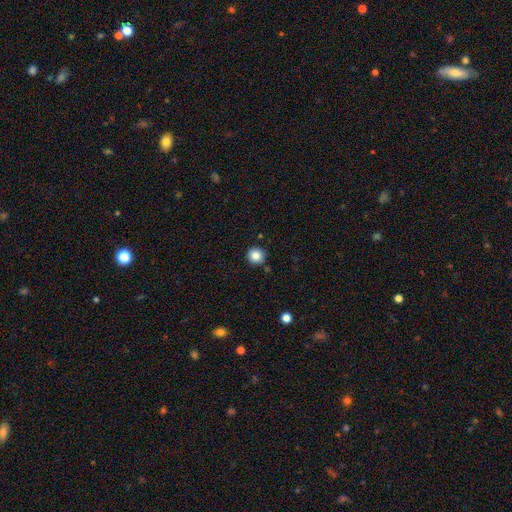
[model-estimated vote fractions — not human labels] Morphology: type=smooth (84%); roundness=round (93%); merging=none (89%).